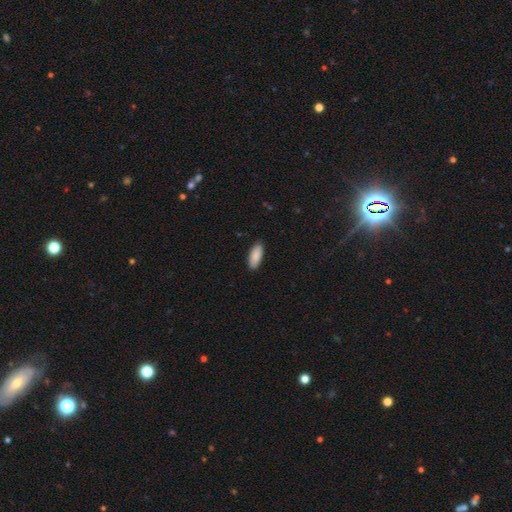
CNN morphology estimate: Smooth or featured: smooth — 90% (star or artifact — 6%)
How rounded: in between — 81% (cigar-shaped — 17%)
Merging: none — 89% (minor disturbance — 9%)